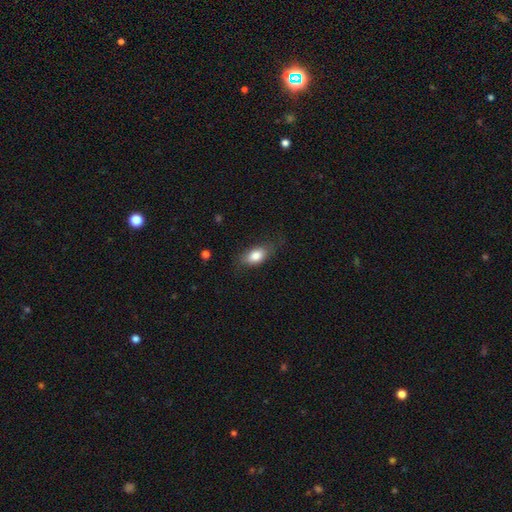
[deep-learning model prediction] Smooth or featured?
  - smooth: 82% *
  - featured or disk: 11%
  - star or artifact: 7%
How rounded?
  - in between: 86% *
  - round: 7%
  - cigar-shaped: 6%
Merging?
  - none: 71% *
  - minor disturbance: 21%
  - major disturbance: 7%
  - merger: 1%